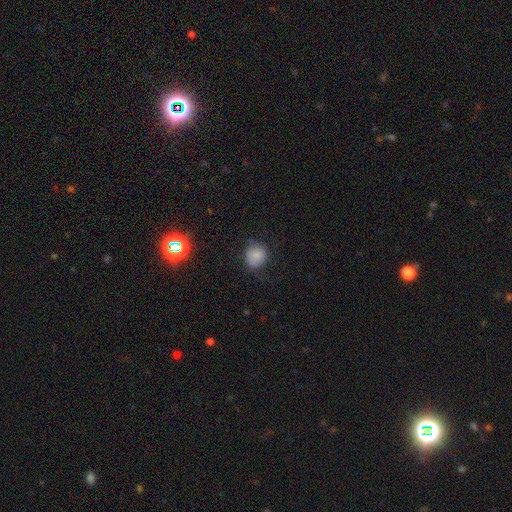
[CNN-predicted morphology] Overall: smooth (79%). How rounded: round (77%). Merging: none (65%; minor disturbance 26%).